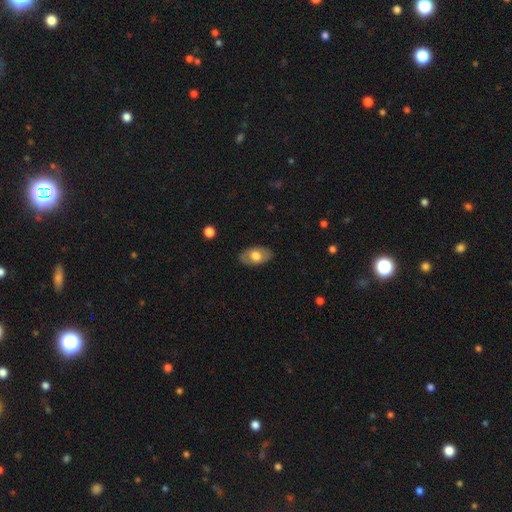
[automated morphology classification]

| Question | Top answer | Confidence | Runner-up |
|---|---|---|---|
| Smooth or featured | smooth | 65% | featured or disk (28%) |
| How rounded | in between | 92% | round (6%) |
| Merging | none | 85% | minor disturbance (12%) |